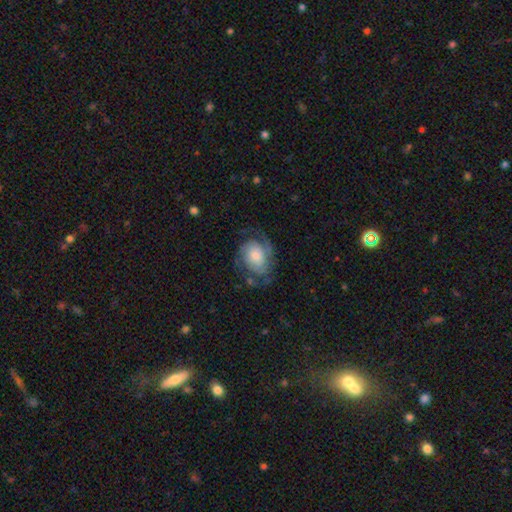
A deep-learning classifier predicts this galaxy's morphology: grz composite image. It shows a featured or disk galaxy (76%) with no bar (74%), 2 (78%) medium (42%, tied with tight) spiral arms (93%) and a large central bulge (32%). Merging: none (64%).